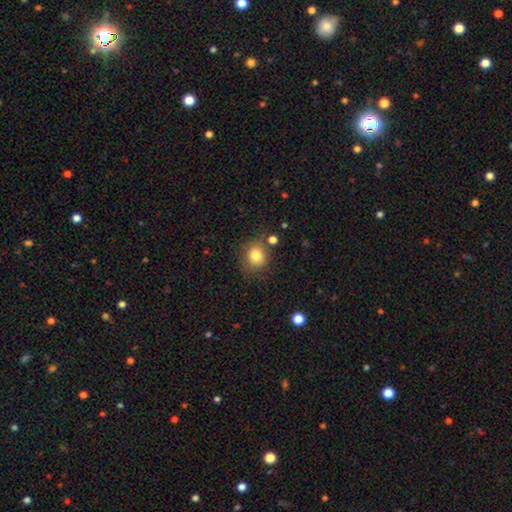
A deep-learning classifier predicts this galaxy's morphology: Smooth or featured: smooth — 82% (star or artifact — 10%)
How rounded: round — 74% (in between — 25%)
Merging: none — 71% (minor disturbance — 17%)